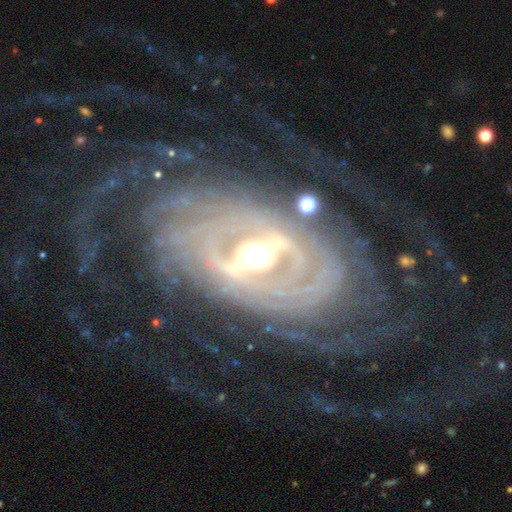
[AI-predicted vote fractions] Smooth or featured? Predicted: featured or disk (p=0.89). Edge-on disk? Predicted: no (p=0.90). Bar? Predicted: strong (p=0.59). Spiral arms? Predicted: yes (p=0.86). Spiral winding? Predicted: tight (p=0.67). Spiral arm count? Predicted: can't tell (p=0.36). Bulge size? Predicted: moderate (p=0.68). Merging? Predicted: none (p=0.70).